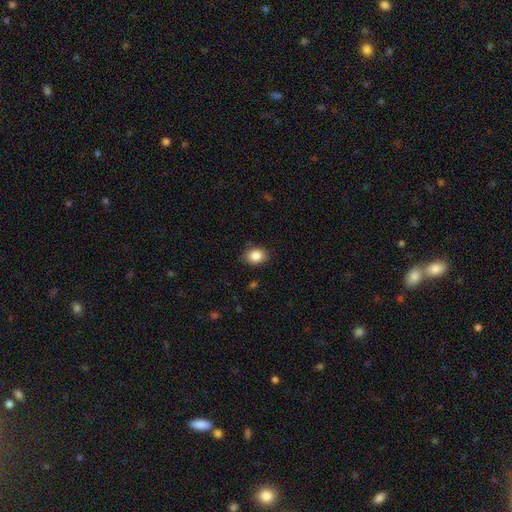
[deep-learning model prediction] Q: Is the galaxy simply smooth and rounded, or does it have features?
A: smooth — 86%.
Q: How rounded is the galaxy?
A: in between — 53%.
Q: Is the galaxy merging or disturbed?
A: none — 82%.